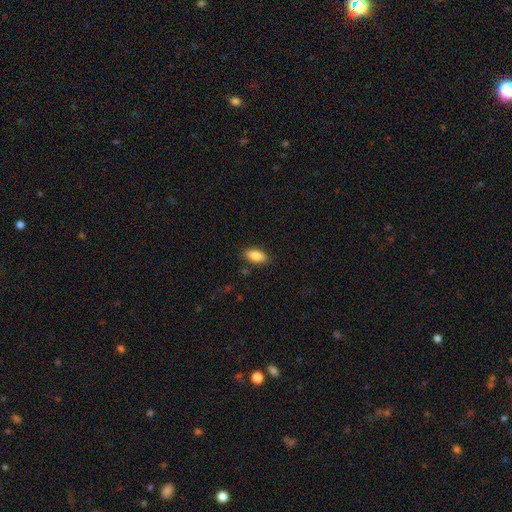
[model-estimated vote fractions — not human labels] The model was most divided on "merging": none: 86%, minor disturbance: 10%, major disturbance: 2%, merger: 2%. More confident: how rounded — in between (88%); smooth or featured — smooth (85%).